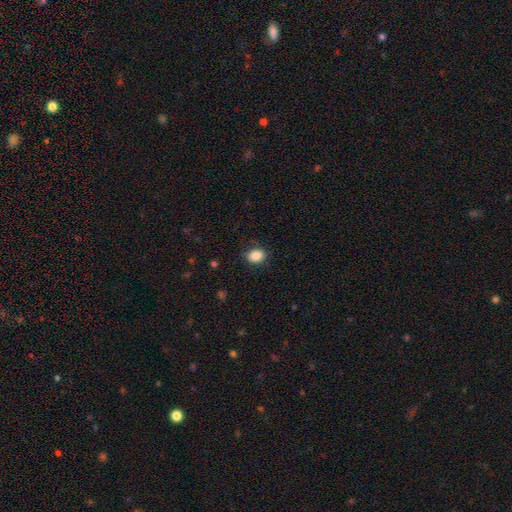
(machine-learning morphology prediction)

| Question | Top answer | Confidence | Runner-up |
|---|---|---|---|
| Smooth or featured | smooth | 87% | star or artifact (9%) |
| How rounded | in between | 60% | round (39%) |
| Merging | none | 80% | minor disturbance (15%) |